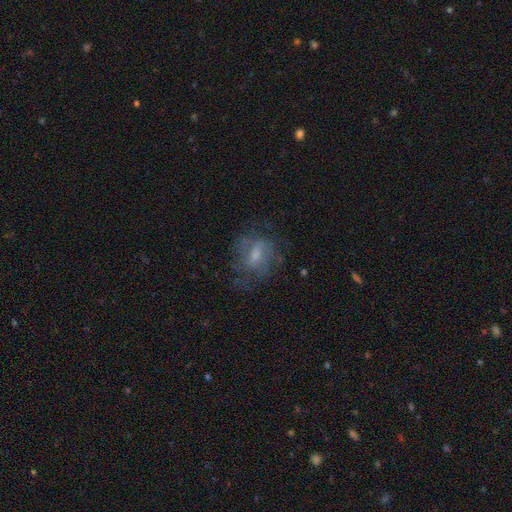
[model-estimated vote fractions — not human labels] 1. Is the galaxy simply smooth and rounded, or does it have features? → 60% featured or disk, 31% smooth, 9% star or artifact.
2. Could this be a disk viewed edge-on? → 95% no, 5% yes.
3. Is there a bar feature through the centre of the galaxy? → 53% weak, 30% no, 17% strong.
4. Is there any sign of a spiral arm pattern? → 72% yes, 28% no.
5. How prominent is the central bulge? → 41% small, 40% moderate, 13% none, 5% large, 1% dominant.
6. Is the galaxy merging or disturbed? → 60% none, 21% minor disturbance, 18% major disturbance, 2% merger.